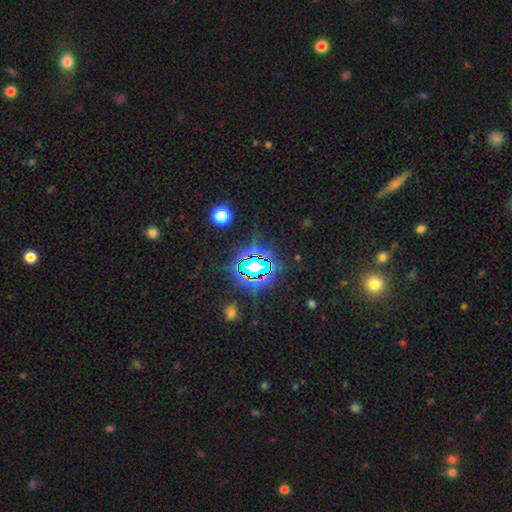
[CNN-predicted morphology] Overall: star or artifact (76%).